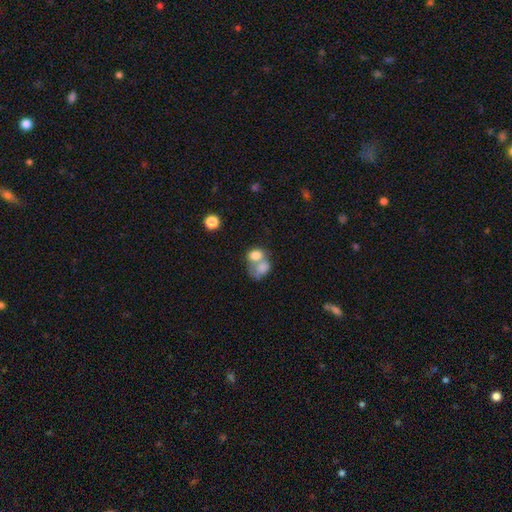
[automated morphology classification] Smooth or featured? smooth (73%)
How rounded? in between (63%)
Merging? merger (67%)